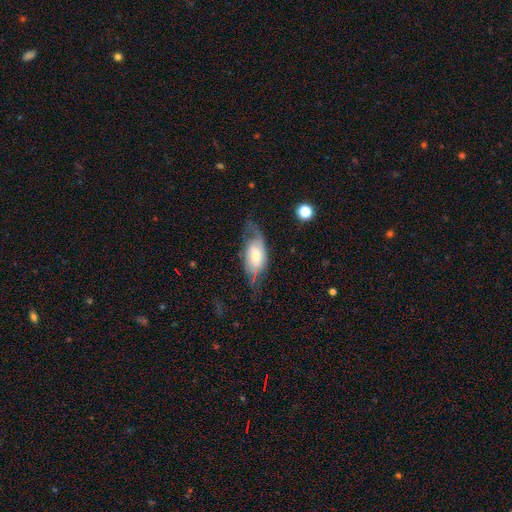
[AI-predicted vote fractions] smooth-or-featured: featured or disk: 60% | smooth: 33% | star or artifact: 7%
  disk-edge-on: no: 86% | yes: 14%
    bar: no: 55% | weak: 34% | strong: 11%
    has-spiral-arms: yes: 77% | no: 23%
    bulge-size: moderate: 57% | small: 23% | large: 16% | none: 2% | dominant: 2%
  merging: none: 47% | minor disturbance: 27% | major disturbance: 24% | merger: 2%